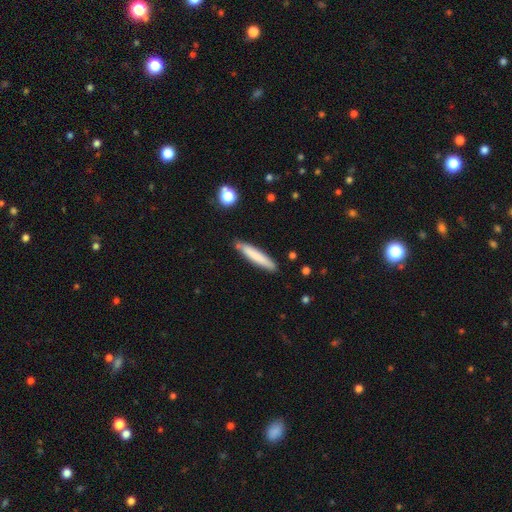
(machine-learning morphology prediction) The model was most divided on "smooth or featured": smooth: 76%, featured or disk: 18%, star or artifact: 6%. More confident: how rounded — cigar-shaped (92%); merging — none (83%).